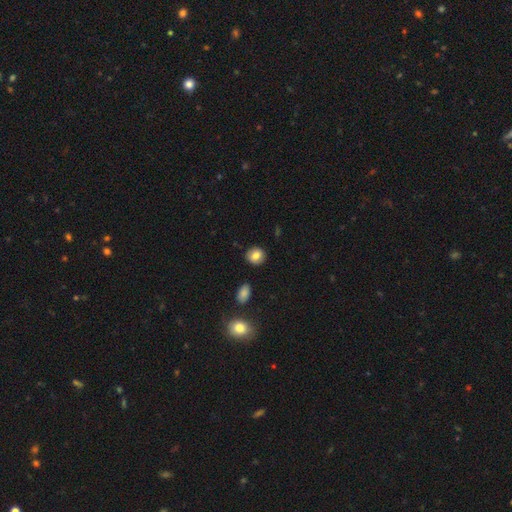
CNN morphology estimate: This is clearly a smooth galaxy (82%). How rounded: likely round (79%). Merging: clearly none (88%).